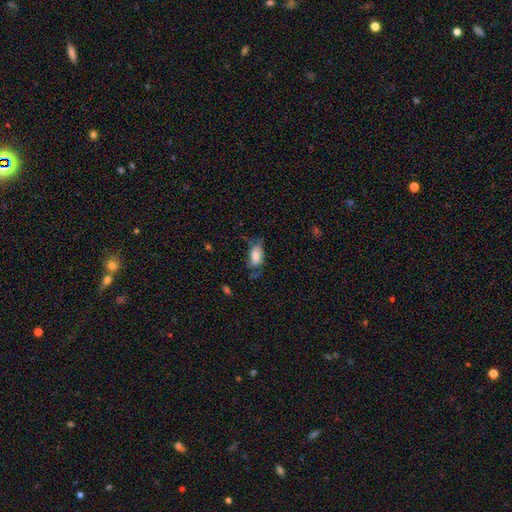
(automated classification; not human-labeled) Q: Smooth or featured?
A: smooth (67%); runner-up: featured or disk (25%)
Q: How rounded?
A: in between (90%); runner-up: cigar-shaped (5%)
Q: Merging?
A: none (44%); runner-up: minor disturbance (32%)